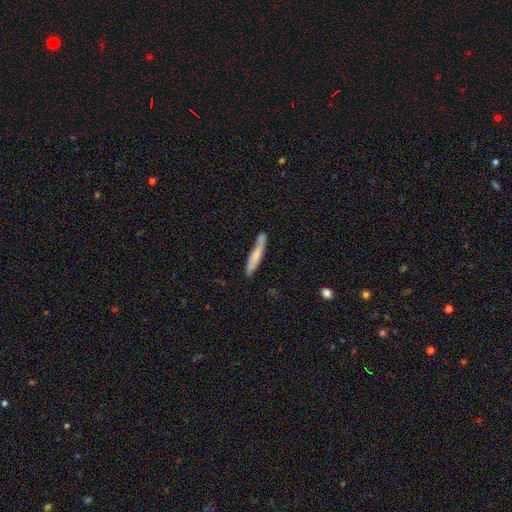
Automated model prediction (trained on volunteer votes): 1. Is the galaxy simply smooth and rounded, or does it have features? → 66% smooth, 28% featured or disk, 6% star or artifact.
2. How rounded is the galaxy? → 92% cigar-shaped, 7% in between, 1% round.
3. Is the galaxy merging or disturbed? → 73% none, 19% minor disturbance, 4% merger, 4% major disturbance.